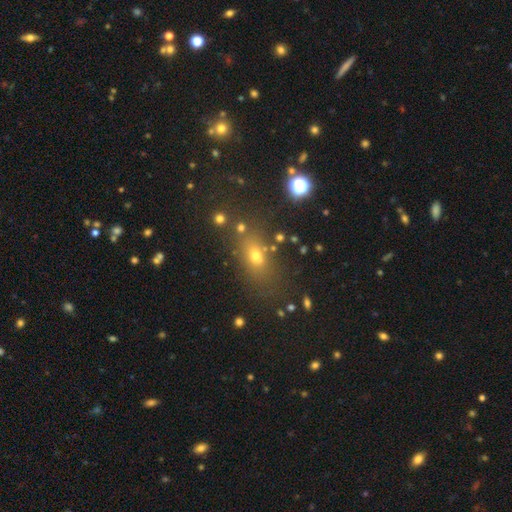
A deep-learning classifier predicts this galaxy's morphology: A smooth galaxy with no disk features (56%) that is in between round and cigar-shaped (58%).

Vote fractions:
- Smooth or featured? smooth: 56% / star or artifact: 30% / featured or disk: 14%
- How rounded? in between: 58% / round: 33% / cigar-shaped: 9%
- Merging? none: 72% / minor disturbance: 13% / merger: 9% / major disturbance: 6%